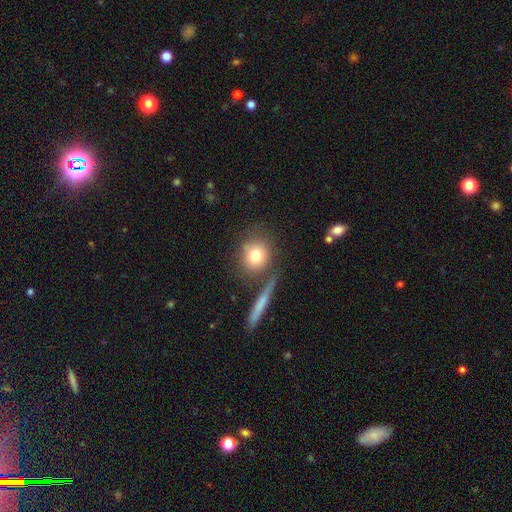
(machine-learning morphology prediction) A smooth galaxy with no disk features (77%) that is round (81%).

Vote fractions:
- Smooth or featured? smooth: 77% / featured or disk: 12% / star or artifact: 10%
- How rounded? round: 81% / in between: 16% / cigar-shaped: 3%
- Merging? none: 71% / minor disturbance: 12% / merger: 12% / major disturbance: 5%